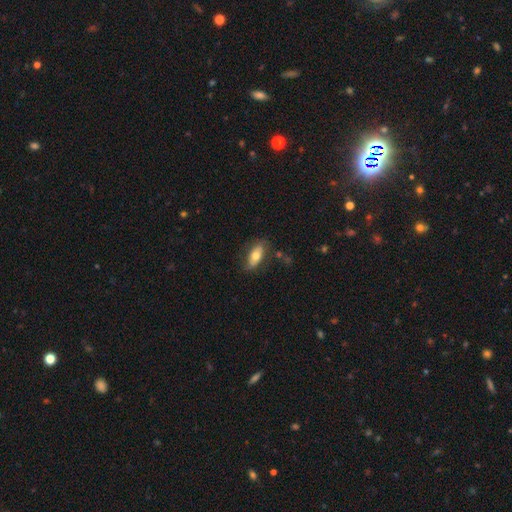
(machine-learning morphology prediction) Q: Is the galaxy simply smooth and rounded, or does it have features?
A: smooth — 65%.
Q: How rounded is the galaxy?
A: in between — 82%.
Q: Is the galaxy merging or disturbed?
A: none — 74%.